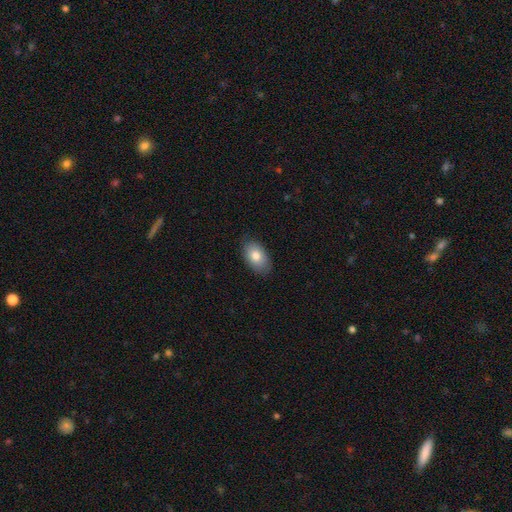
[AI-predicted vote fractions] This appears to be a smooth galaxy with no disk features (79%) that is in between round and cigar-shaped (91%). Merging: none (84%).